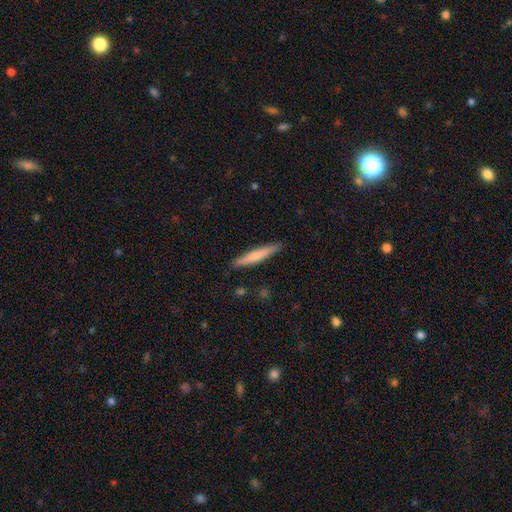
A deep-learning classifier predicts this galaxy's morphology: smooth 67%, featured or disk 28%, star or artifact 5%. Down the decision tree: how rounded — cigar-shaped (94%); merging — none (90%).